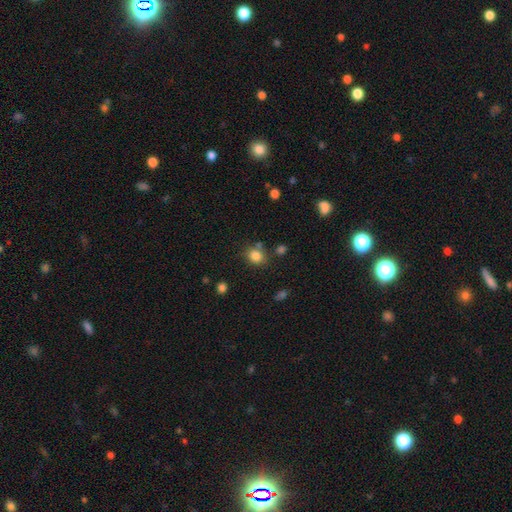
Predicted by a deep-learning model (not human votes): Overall: smooth (83%). How rounded: round (64%; in between 35%). Merging: none (72%).